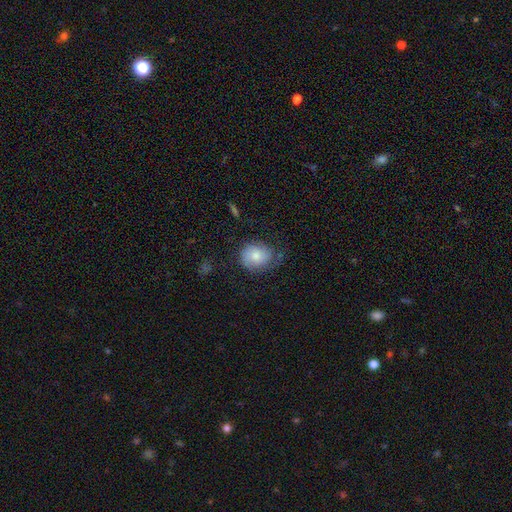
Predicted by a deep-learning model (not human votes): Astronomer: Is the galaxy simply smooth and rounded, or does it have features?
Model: smooth — 72%.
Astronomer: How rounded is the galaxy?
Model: round — 66%.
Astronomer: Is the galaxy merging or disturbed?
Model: none — 57%.